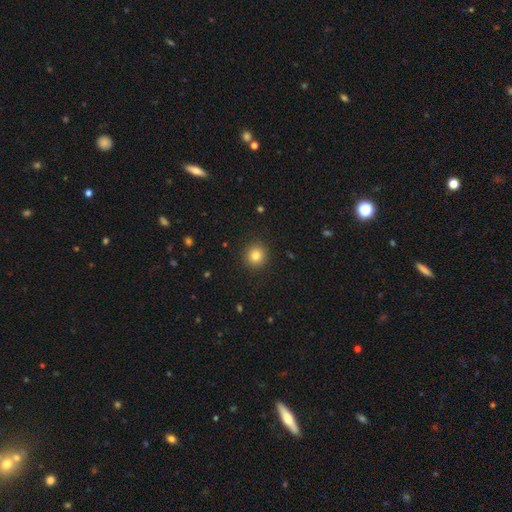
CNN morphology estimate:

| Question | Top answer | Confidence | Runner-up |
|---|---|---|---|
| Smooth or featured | smooth | 83% | star or artifact (11%) |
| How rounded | round | 93% | in between (6%) |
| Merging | none | 91% | minor disturbance (6%) |